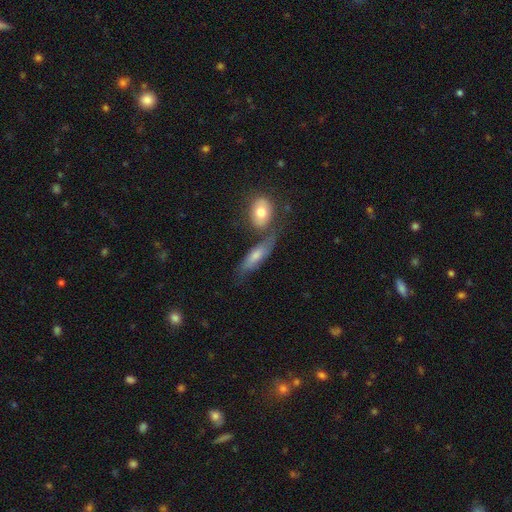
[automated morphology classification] Q: Smooth or featured?
A: smooth (62%); runner-up: featured or disk (30%)
Q: How rounded?
A: in between (58%); runner-up: cigar-shaped (36%)
Q: Merging?
A: none (42%); runner-up: merger (33%)